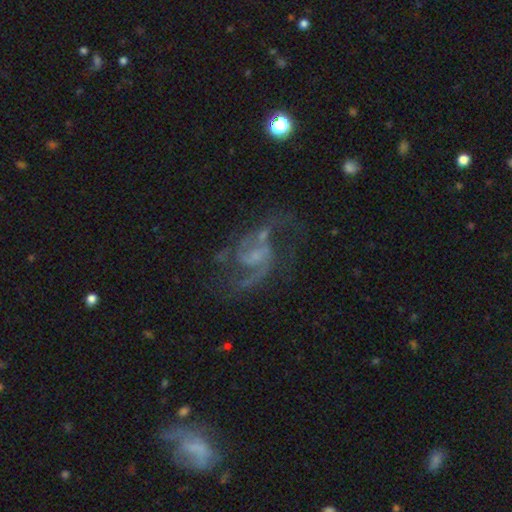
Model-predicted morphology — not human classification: smooth-or-featured: featured or disk: 88% | star or artifact: 7% | smooth: 5%
  disk-edge-on: no: 98% | yes: 2%
    bar: weak: 48% | no: 40% | strong: 13%
    has-spiral-arms: yes: 95% | no: 5%
      spiral-winding: medium: 51% | loose: 37% | tight: 11%
      spiral-arm-count: 2: 84% | can't tell: 5% | 3: 5% | 1: 3% | 4: 2% | more than 4: 2%
    bulge-size: small: 49% | none: 29% | moderate: 19% | large: 2% | dominant: 1%
  merging: none: 57% | major disturbance: 21% | minor disturbance: 17% | merger: 5%